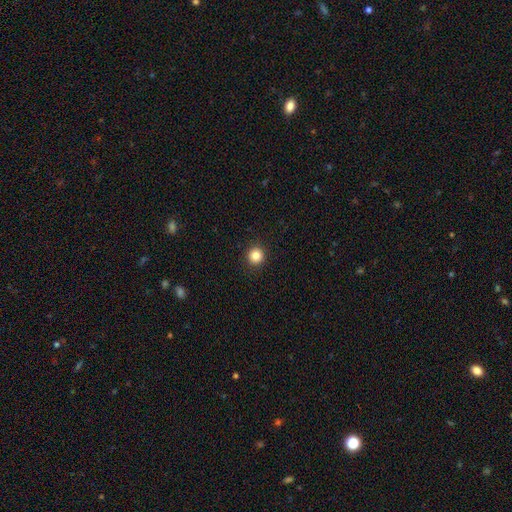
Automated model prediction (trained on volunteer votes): smooth_or_featured: smooth (p=0.84) [alt: star or artifact p=0.11]
how_rounded: round (p=0.94) [alt: in between p=0.05]
merging: none (p=0.93) [alt: minor disturbance p=0.05]